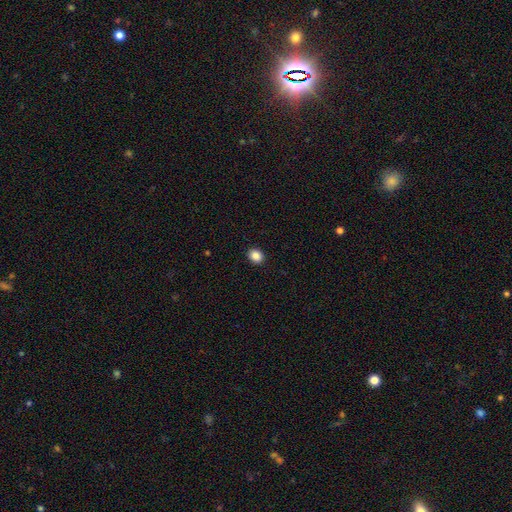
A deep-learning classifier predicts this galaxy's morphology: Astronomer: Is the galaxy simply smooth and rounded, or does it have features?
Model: smooth — 87%.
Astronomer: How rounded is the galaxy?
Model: round — 57% (runner-up: in between, 42%).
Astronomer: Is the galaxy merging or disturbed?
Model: none — 92%.